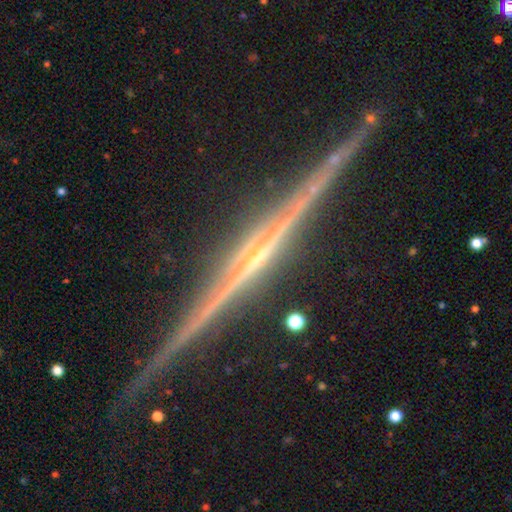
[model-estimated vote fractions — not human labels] Overall: featured or disk (90%). Edge-on disk: yes (99%). Edge-on bulge: rounded (66%). Merging: none (91%).